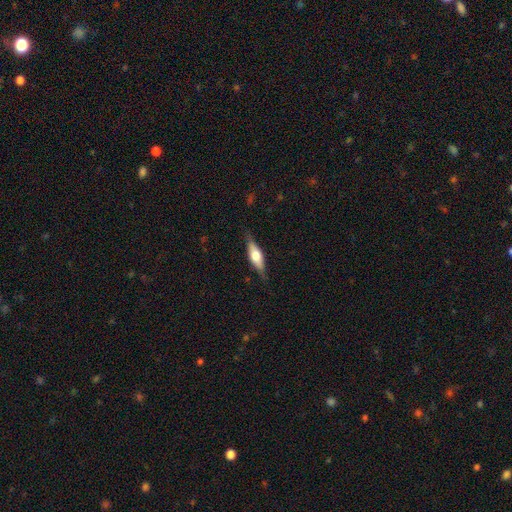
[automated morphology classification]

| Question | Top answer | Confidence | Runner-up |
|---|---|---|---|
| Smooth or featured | featured or disk | 50% | smooth (44%) |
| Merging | none | 81% | minor disturbance (15%) |